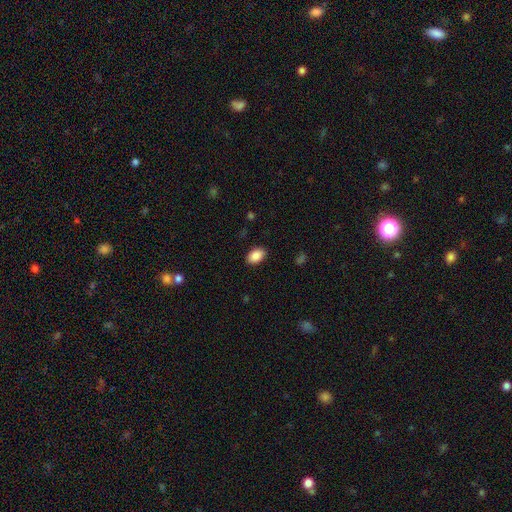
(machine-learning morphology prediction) smooth_or_featured: smooth (p=0.88) [alt: star or artifact p=0.07]
how_rounded: in between (p=0.88) [alt: round p=0.11]
merging: none (p=0.88) [alt: minor disturbance p=0.09]